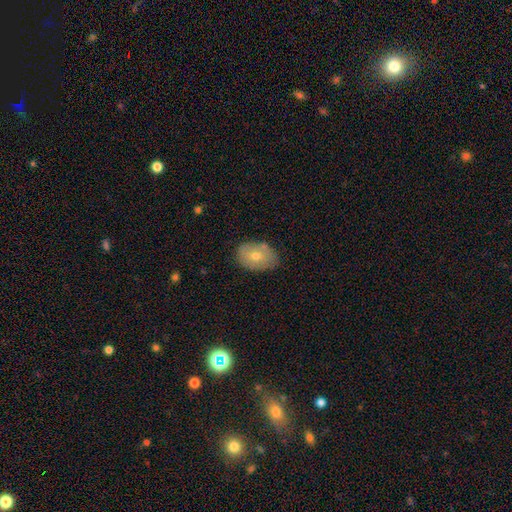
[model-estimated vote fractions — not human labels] Morphology: type=smooth (64%); roundness=in between (80%); merging=none (76%).